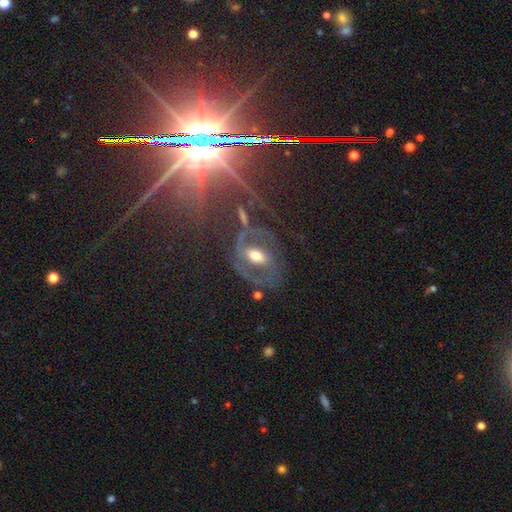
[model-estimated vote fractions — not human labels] Smooth or featured?
  - star or artifact: 77% *
  - featured or disk: 15%
  - smooth: 8%